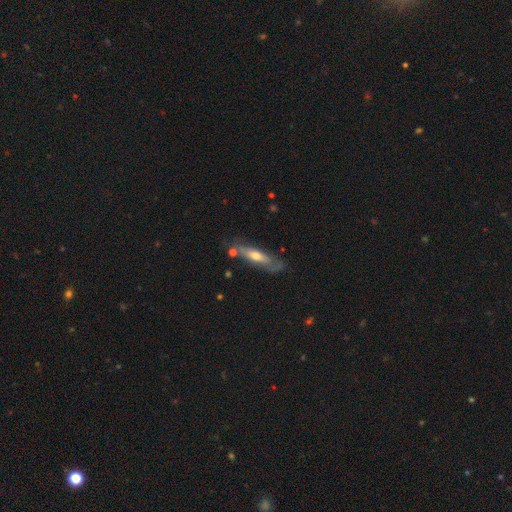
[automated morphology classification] A featured or disk galaxy (51%) viewed edge-on (58%).

Vote fractions:
- Smooth or featured? featured or disk: 51% / smooth: 43% / star or artifact: 6%
- Edge-on disk? yes: 58% / no: 42%
- Merging? none: 62% / minor disturbance: 22% / major disturbance: 9% / merger: 7%